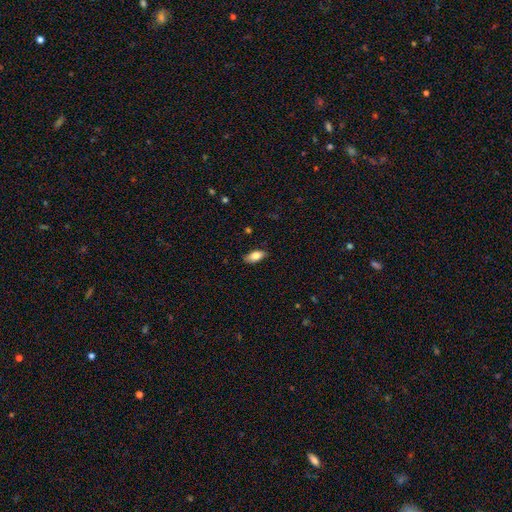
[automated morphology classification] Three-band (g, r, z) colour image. It shows a smooth galaxy with no disk features (79%) that is in between round and cigar-shaped (88%). Merging: none (84%).